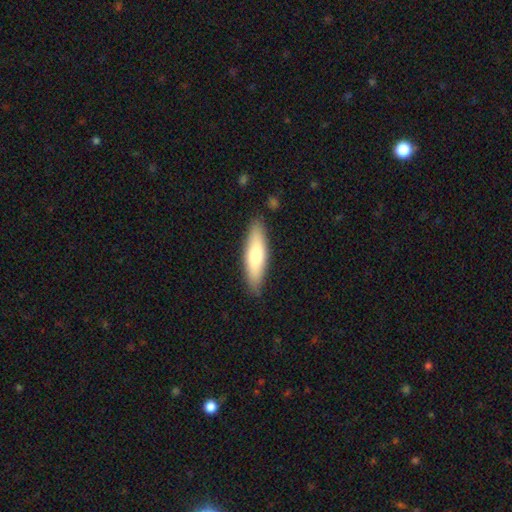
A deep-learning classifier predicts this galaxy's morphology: Smooth or featured? Predicted: smooth (p=0.70). How rounded? Predicted: cigar-shaped (p=0.57). Merging? Predicted: none (p=0.86).